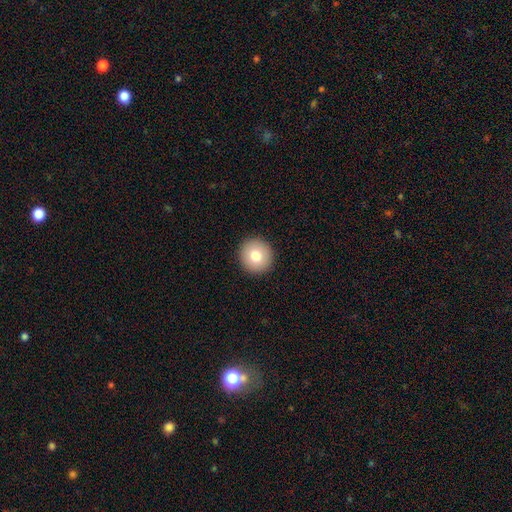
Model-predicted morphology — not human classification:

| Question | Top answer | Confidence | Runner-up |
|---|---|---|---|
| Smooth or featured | smooth | 79% | featured or disk (12%) |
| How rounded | round | 94% | in between (5%) |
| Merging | none | 93% | minor disturbance (5%) |